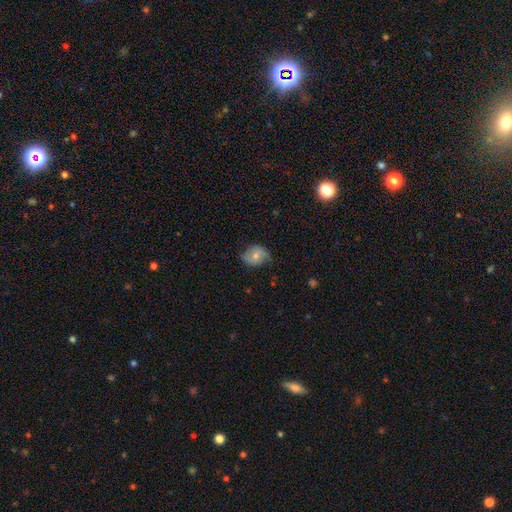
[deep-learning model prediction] smooth 58%, featured or disk 35%, star or artifact 8%. Down the decision tree: how rounded — in between (55%); merging — none (62%).